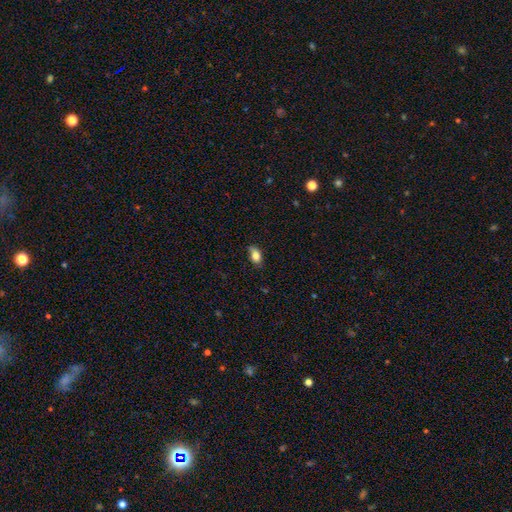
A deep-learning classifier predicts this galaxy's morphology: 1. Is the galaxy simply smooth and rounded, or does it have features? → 79% smooth, 13% featured or disk, 8% star or artifact.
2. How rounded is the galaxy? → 86% in between, 10% round, 4% cigar-shaped.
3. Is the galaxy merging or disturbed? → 69% none, 25% minor disturbance, 5% major disturbance, 1% merger.